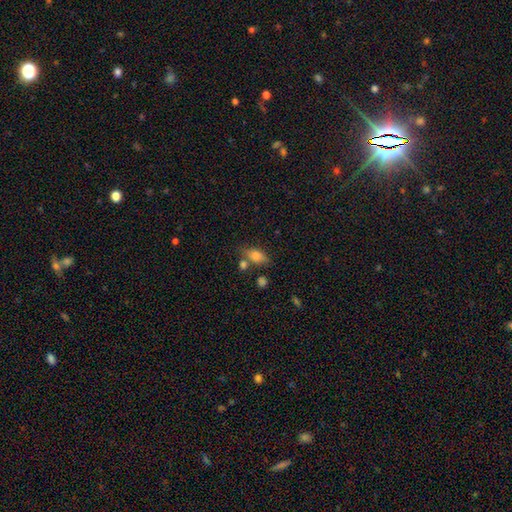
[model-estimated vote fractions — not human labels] Smooth or featured? Predicted: smooth (p=0.75). How rounded? Predicted: in between (p=0.81). Merging? Predicted: none (p=0.59).